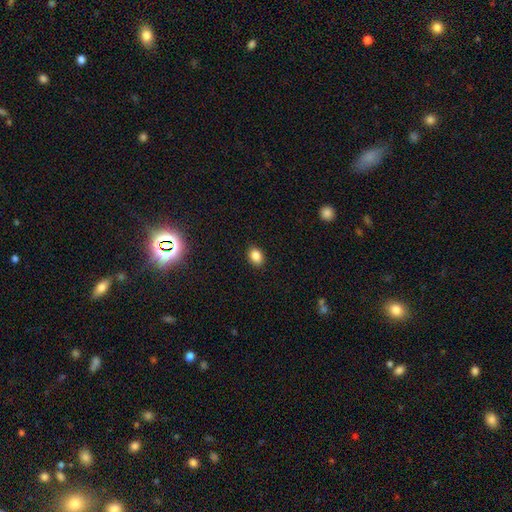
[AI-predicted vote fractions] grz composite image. It shows a smooth galaxy with no disk features (86%) that is in between round and cigar-shaped (74%). Merging: none (89%).